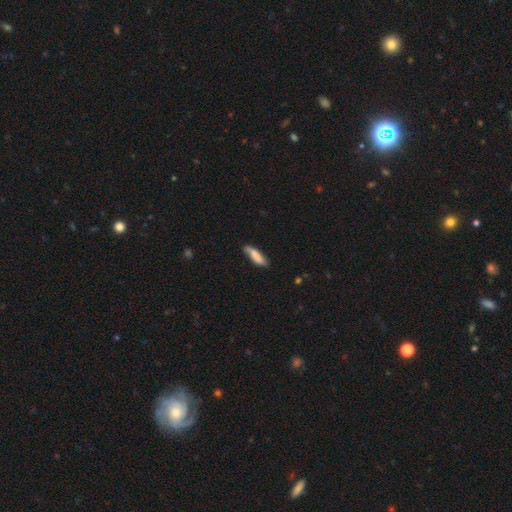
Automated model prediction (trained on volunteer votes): smooth-or-featured: smooth: 77% | featured or disk: 16% | star or artifact: 7%
  how-rounded: cigar-shaped: 61% | in between: 38% | round: 2%
  merging: none: 67% | minor disturbance: 26% | major disturbance: 5% | merger: 3%